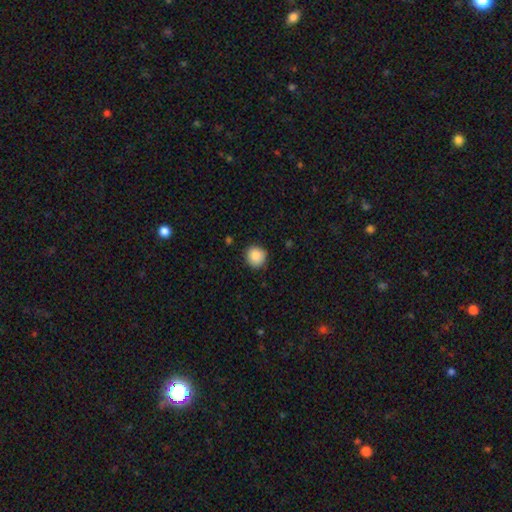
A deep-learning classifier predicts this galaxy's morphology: Overall: smooth (87%). How rounded: round (91%). Merging: none (86%).